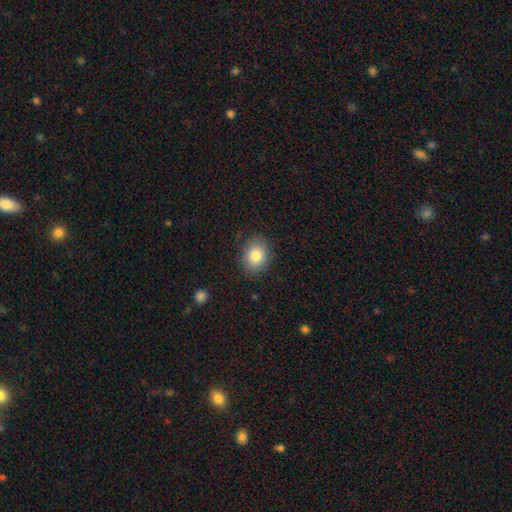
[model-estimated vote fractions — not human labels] This is clearly a smooth galaxy (83%). How rounded: possibly in between (54%). Merging: clearly none (86%).